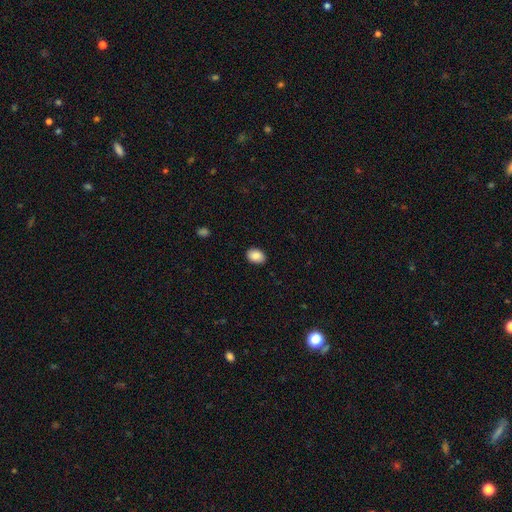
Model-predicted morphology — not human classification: This is clearly a smooth galaxy (88%). How rounded: likely in between (78%). Merging: clearly none (89%).